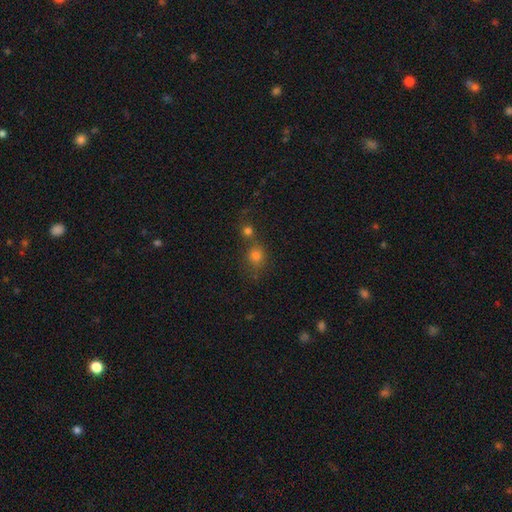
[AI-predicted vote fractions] This appears to be a smooth galaxy with no disk features (70%) that is round (74%). Merging: merger (42%).